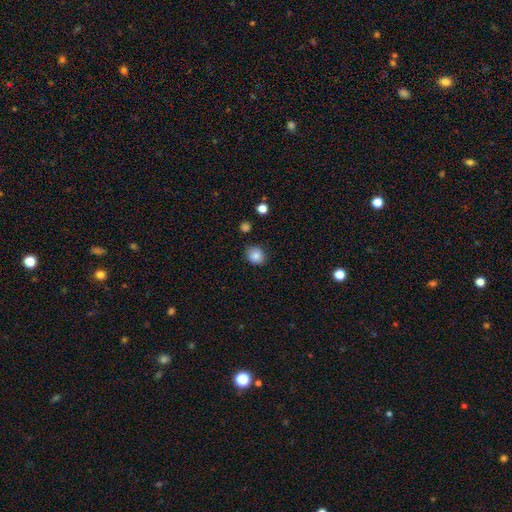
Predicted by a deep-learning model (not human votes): This appears to be a smooth galaxy with no disk features (84%) that is round (76%). Merging: none (81%).